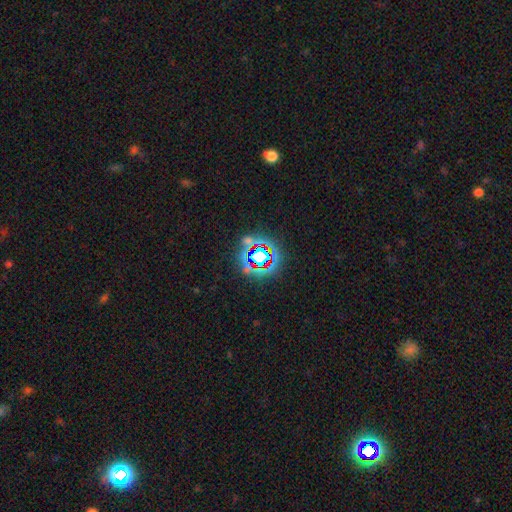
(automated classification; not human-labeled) smooth_or_featured: star or artifact (p=0.71) [alt: smooth p=0.18]